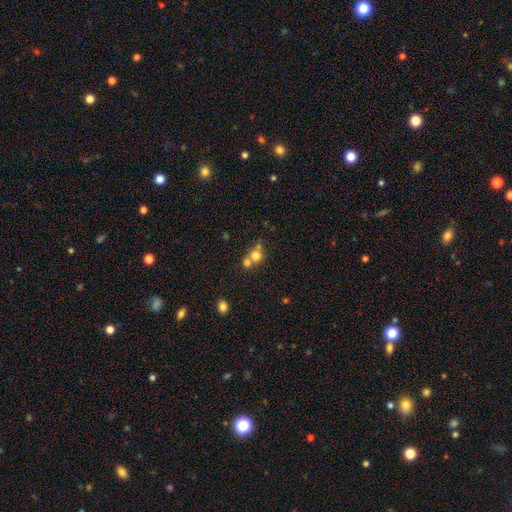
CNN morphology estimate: This is likely a smooth galaxy (72%). How rounded: clearly round (81%). Merging: possibly merger (53%).